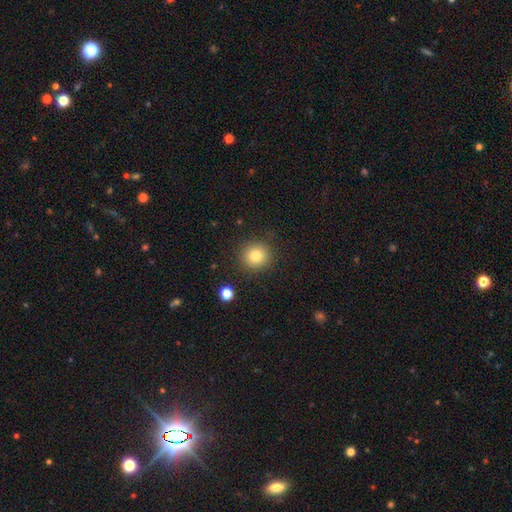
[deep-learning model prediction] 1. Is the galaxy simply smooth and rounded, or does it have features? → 80% smooth, 12% star or artifact, 8% featured or disk.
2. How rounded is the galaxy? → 93% round, 6% in between, 1% cigar-shaped.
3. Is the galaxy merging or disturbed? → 88% none, 7% minor disturbance, 3% major disturbance, 2% merger.